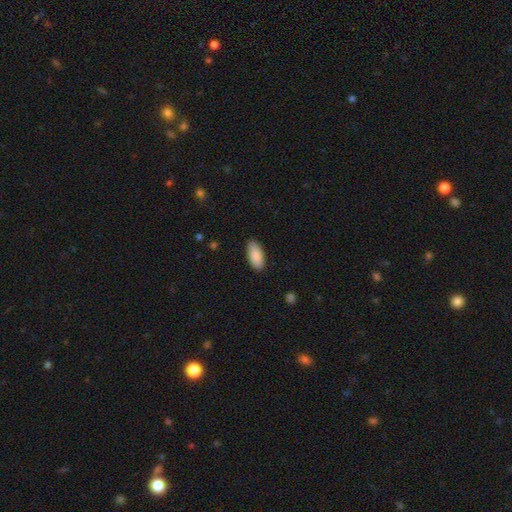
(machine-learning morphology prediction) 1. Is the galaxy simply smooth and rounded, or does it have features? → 88% smooth, 6% featured or disk, 6% star or artifact.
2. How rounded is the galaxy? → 90% in between, 9% cigar-shaped, 2% round.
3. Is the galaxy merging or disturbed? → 86% none, 11% minor disturbance, 2% major disturbance, 1% merger.